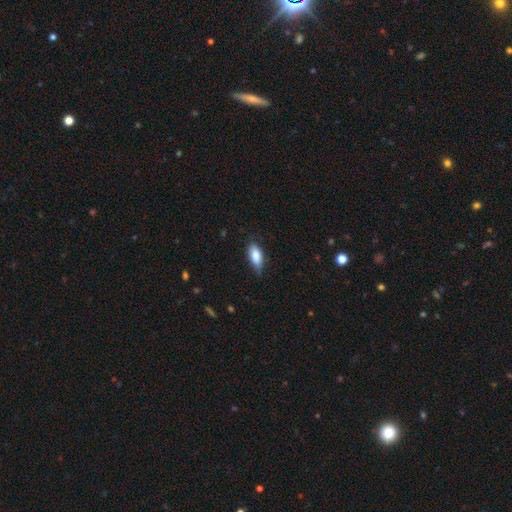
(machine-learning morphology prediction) Smooth or featured?
  - smooth: 82% *
  - featured or disk: 11%
  - star or artifact: 7%
How rounded?
  - in between: 84% *
  - cigar-shaped: 13%
  - round: 3%
Merging?
  - none: 67% *
  - minor disturbance: 27%
  - major disturbance: 4%
  - merger: 1%